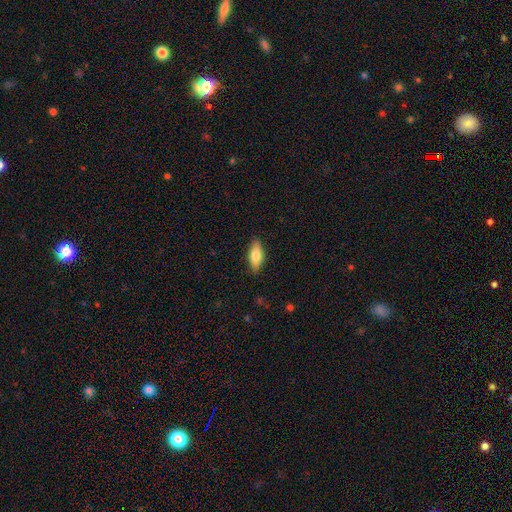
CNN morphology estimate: A smooth galaxy with no disk features (76%) that is in between round and cigar-shaped (71%). Merging: none (86%).